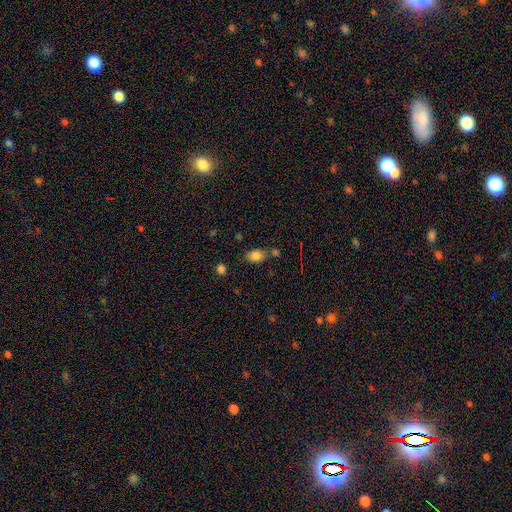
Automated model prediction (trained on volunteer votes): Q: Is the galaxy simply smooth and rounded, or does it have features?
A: smooth — 83%.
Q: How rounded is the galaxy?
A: in between — 80%.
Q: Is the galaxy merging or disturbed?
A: none — 66%.